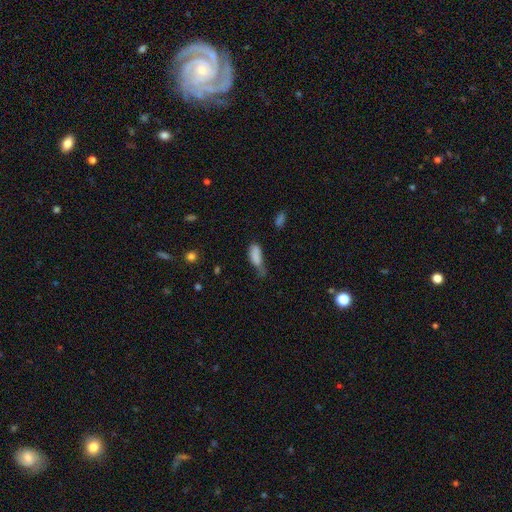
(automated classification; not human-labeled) smooth_or_featured: smooth (p=0.81) [alt: featured or disk p=0.10]
how_rounded: in between (p=0.76) [alt: cigar-shaped p=0.21]
merging: minor disturbance (p=0.38) [alt: major disturbance p=0.30]